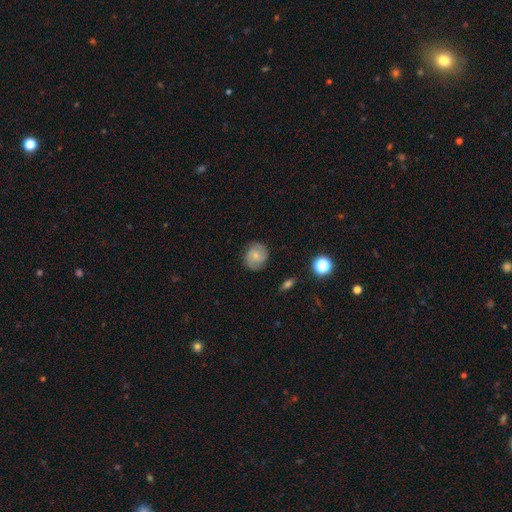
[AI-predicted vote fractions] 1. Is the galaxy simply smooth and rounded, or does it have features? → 46% featured or disk, 45% smooth, 9% star or artifact.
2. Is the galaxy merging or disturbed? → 82% none, 14% minor disturbance, 4% major disturbance, 1% merger.